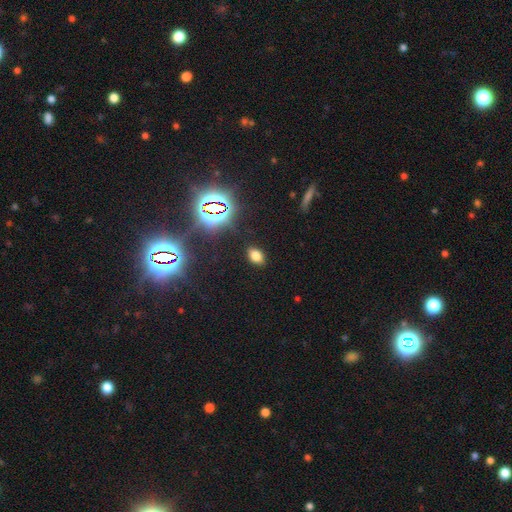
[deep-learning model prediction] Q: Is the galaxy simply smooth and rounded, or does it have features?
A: smooth — 70%.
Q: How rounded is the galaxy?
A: in between — 87%.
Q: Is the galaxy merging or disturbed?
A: none — 87%.